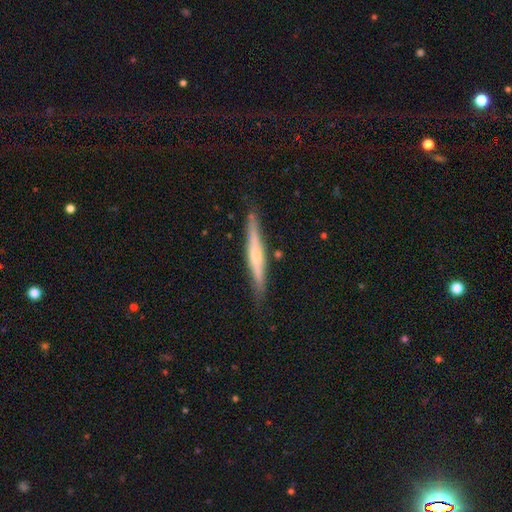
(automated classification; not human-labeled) featured or disk 65%, smooth 29%, star or artifact 6%. Down the decision tree: edge-on disk — yes (96%); edge-on bulge — rounded (68%); merging — none (85%).